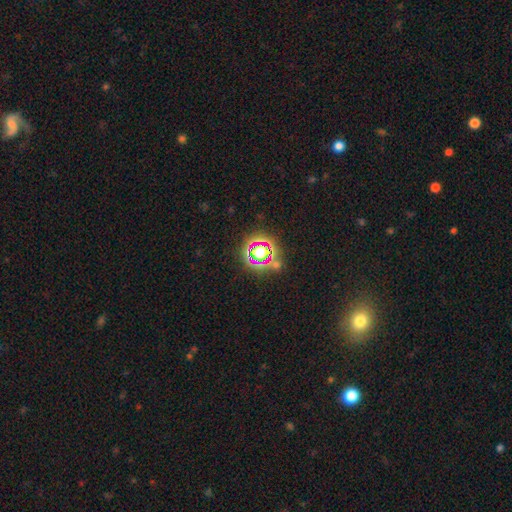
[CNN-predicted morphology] smooth-or-featured: star or artifact: 60% | smooth: 26% | featured or disk: 14%